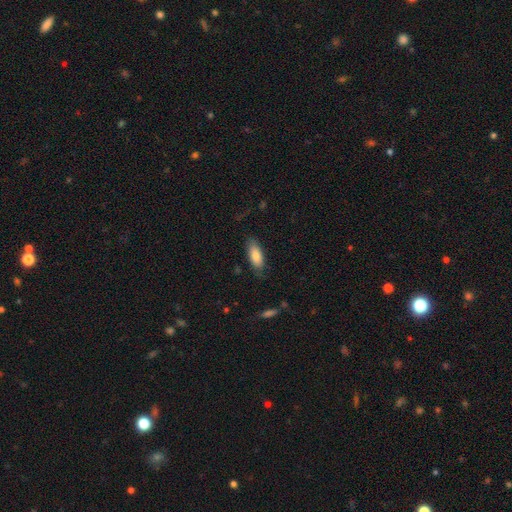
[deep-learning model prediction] Q: Smooth or featured?
A: smooth (81%); runner-up: featured or disk (12%)
Q: How rounded?
A: in between (77%); runner-up: cigar-shaped (21%)
Q: Merging?
A: none (77%); runner-up: minor disturbance (18%)